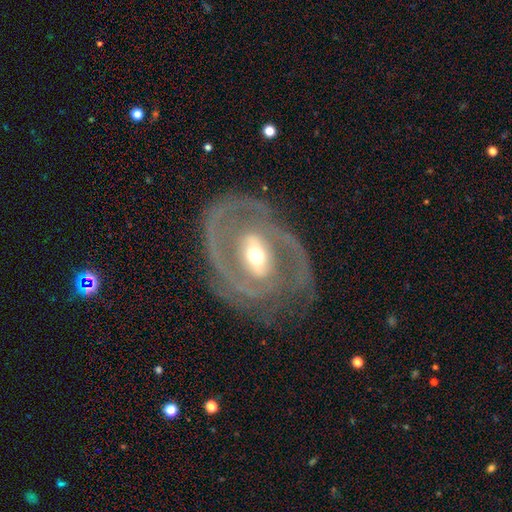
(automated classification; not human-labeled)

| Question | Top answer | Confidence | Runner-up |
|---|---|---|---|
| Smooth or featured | featured or disk | 84% | smooth (11%) |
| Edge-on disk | no | 94% | yes (6%) |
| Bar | strong | 44% | weak (33%) |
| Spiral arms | yes | 76% | no (24%) |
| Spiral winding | tight | 46% | medium (37%) |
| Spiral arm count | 2 | 69% | can't tell (15%) |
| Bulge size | moderate | 64% | small (23%) |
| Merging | none | 70% | minor disturbance (15%) |